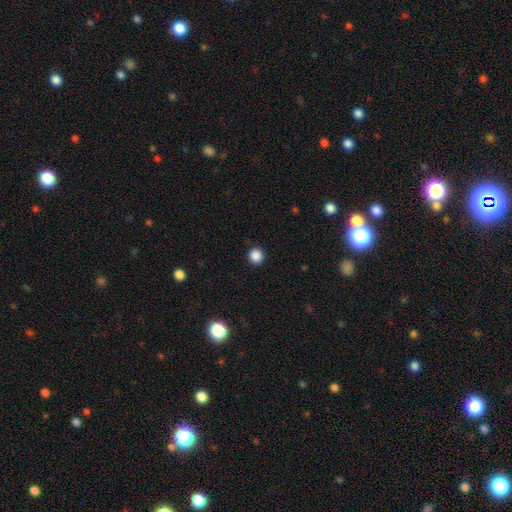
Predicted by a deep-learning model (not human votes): The model was most divided on "smooth or featured": smooth: 87%, star or artifact: 11%, featured or disk: 2%. More confident: how rounded — round (94%); merging — none (92%).